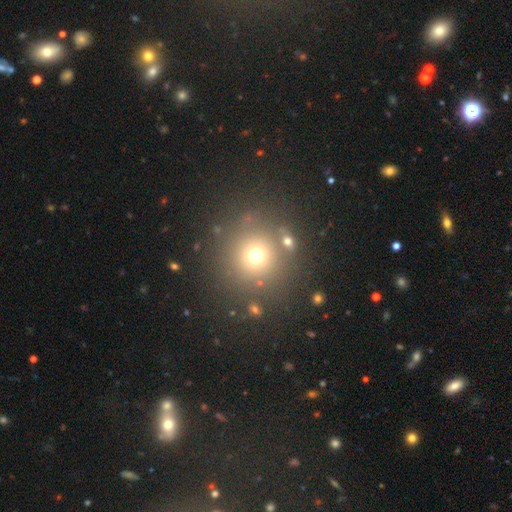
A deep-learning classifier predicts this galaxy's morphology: Smooth or featured?
  - smooth: 69% *
  - star or artifact: 20%
  - featured or disk: 12%
How rounded?
  - round: 93% *
  - in between: 6%
  - cigar-shaped: 1%
Merging?
  - none: 78% *
  - minor disturbance: 9%
  - merger: 8%
  - major disturbance: 5%